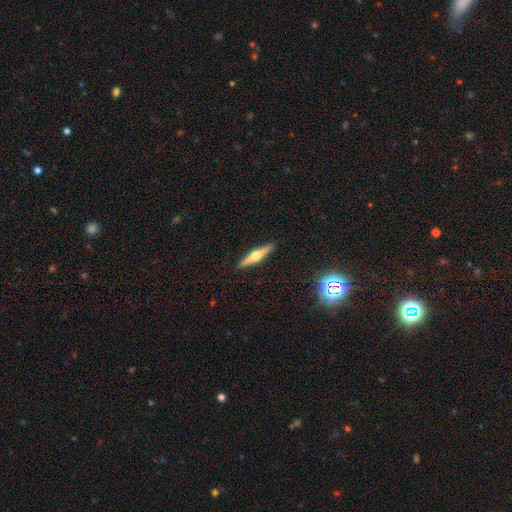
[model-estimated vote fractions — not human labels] featured or disk 71%, smooth 23%, star or artifact 6%. Down the decision tree: edge-on disk — yes (98%); edge-on bulge — rounded (95%); merging — none (91%).